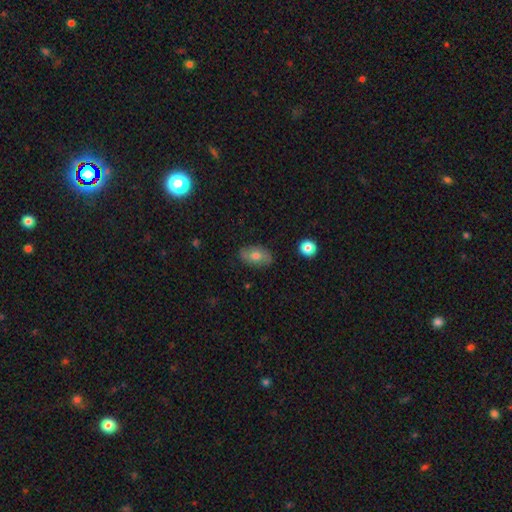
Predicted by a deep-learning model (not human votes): A smooth galaxy with no disk features (69%) that is in between round and cigar-shaped (89%).

Vote fractions:
- Smooth or featured? smooth: 69% / featured or disk: 23% / star or artifact: 8%
- How rounded? in between: 89% / round: 8% / cigar-shaped: 2%
- Merging? none: 82% / minor disturbance: 14% / major disturbance: 3% / merger: 1%